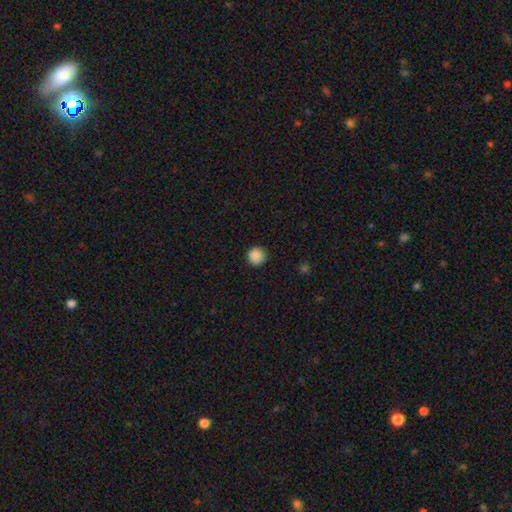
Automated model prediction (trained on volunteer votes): smooth_or_featured: smooth (p=0.88) [alt: star or artifact p=0.09]
how_rounded: round (p=0.94) [alt: in between p=0.05]
merging: none (p=0.90) [alt: minor disturbance p=0.07]